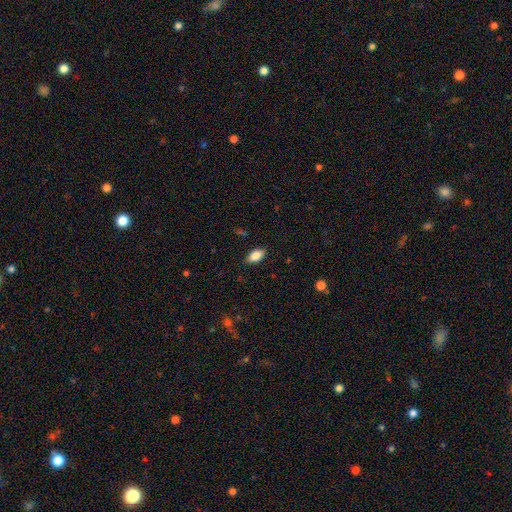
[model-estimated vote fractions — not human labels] The model was most divided on "smooth or featured": smooth: 84%, featured or disk: 9%, star or artifact: 7%. More confident: how rounded — in between (91%); merging — none (86%).